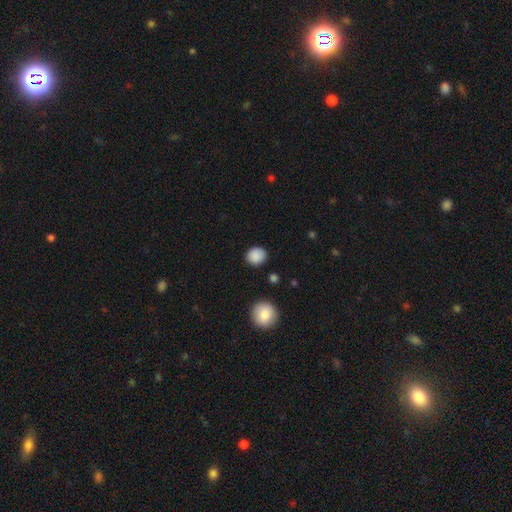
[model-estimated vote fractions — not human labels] smooth-or-featured: smooth: 89% | star or artifact: 8% | featured or disk: 3%
  how-rounded: round: 77% | in between: 22% | cigar-shaped: 1%
  merging: none: 87% | minor disturbance: 9% | major disturbance: 2% | merger: 2%